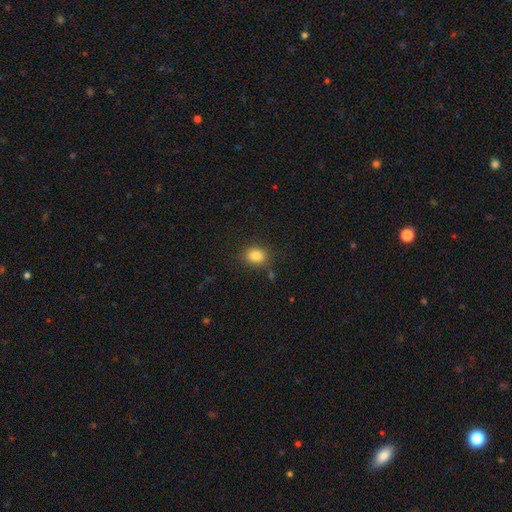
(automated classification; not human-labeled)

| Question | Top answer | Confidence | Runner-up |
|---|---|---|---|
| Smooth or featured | smooth | 86% | star or artifact (10%) |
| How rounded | in between | 54% | round (45%) |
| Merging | none | 80% | minor disturbance (13%) |